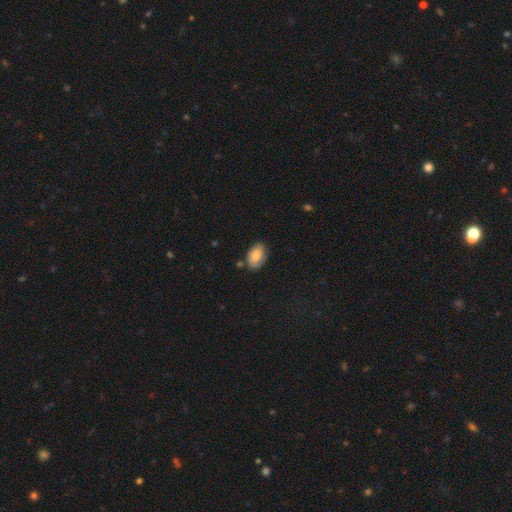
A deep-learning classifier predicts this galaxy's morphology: Smooth or featured: smooth — 79% (featured or disk — 14%)
How rounded: in between — 91% (round — 7%)
Merging: none — 75% (minor disturbance — 18%)